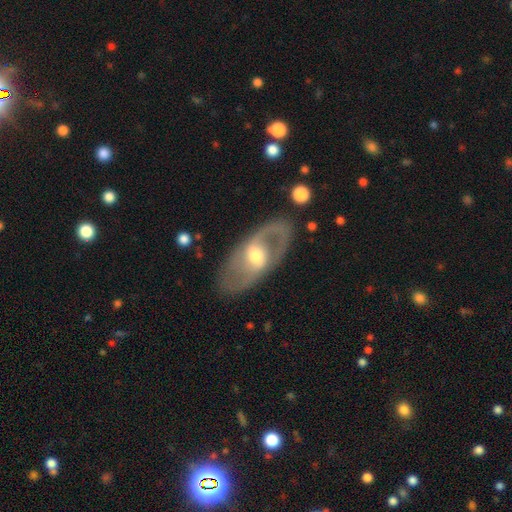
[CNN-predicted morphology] The model was most divided on "bar": weak: 42%, no: 40%, strong: 18%. More confident: edge-on disk — no (90%); merging — none (81%); smooth or featured — featured or disk (77%); spiral arms — yes (69%); bulge size — moderate (67%).